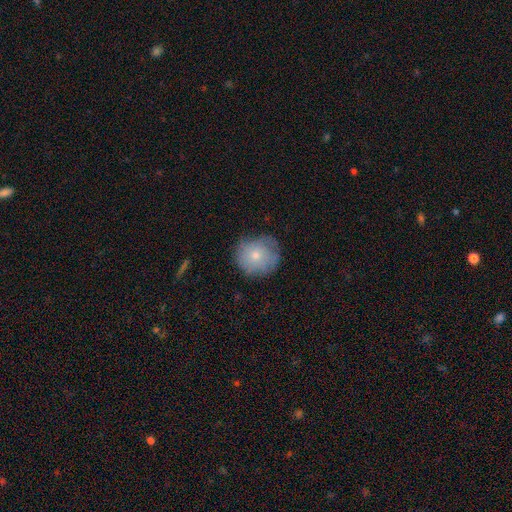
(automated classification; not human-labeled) smooth-or-featured: smooth: 73% | featured or disk: 19% | star or artifact: 8%
  how-rounded: round: 89% | in between: 10% | cigar-shaped: 1%
  merging: none: 73% | minor disturbance: 21% | major disturbance: 5% | merger: 1%